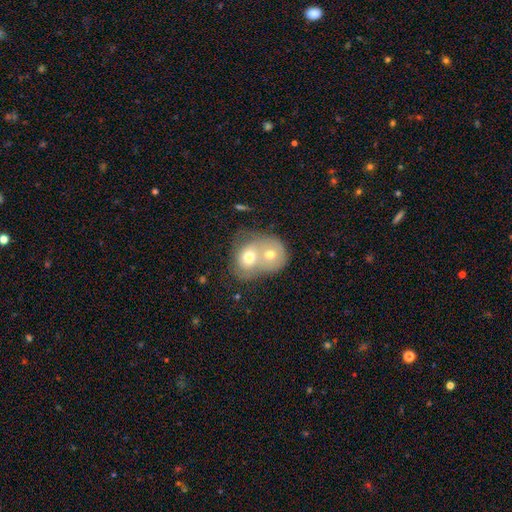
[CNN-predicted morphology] smooth 52%, featured or disk 37%, star or artifact 10%. Down the decision tree: how rounded — round (68%); merging — merger (74%).